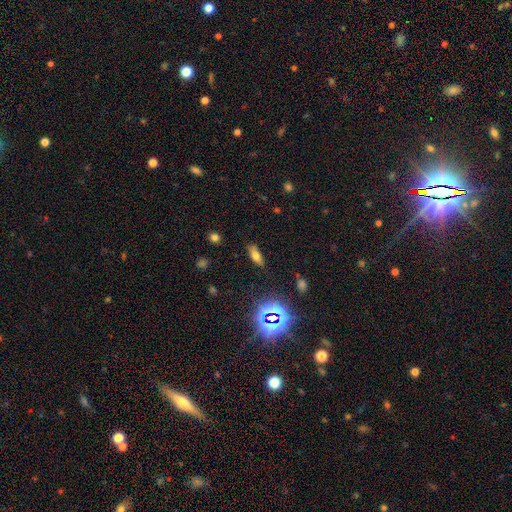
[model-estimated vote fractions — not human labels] This is likely a smooth galaxy (63%). How rounded: likely in between (68%). Merging: clearly none (81%).